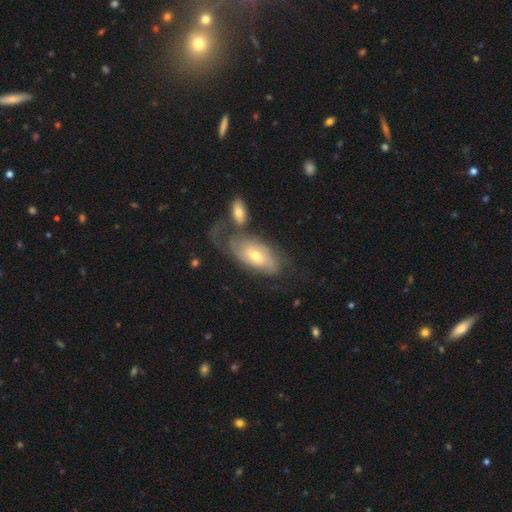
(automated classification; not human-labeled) Overall: featured or disk (68%). Edge-on disk: no (91%). Bar: no (66%; weak 28%). Spiral arms: yes (85%). Spiral arm count: can't tell (45%; 2 36%). Spiral winding: tight (57%; medium 29%). Bulge size: moderate (60%; small 35%). Merging: none (42%; merger 22%).